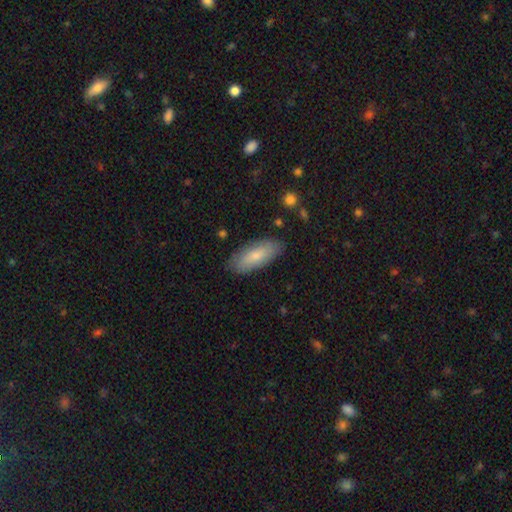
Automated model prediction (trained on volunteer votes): Q: Smooth or featured?
A: smooth (78%); runner-up: featured or disk (17%)
Q: How rounded?
A: in between (78%); runner-up: cigar-shaped (20%)
Q: Merging?
A: none (83%); runner-up: minor disturbance (13%)